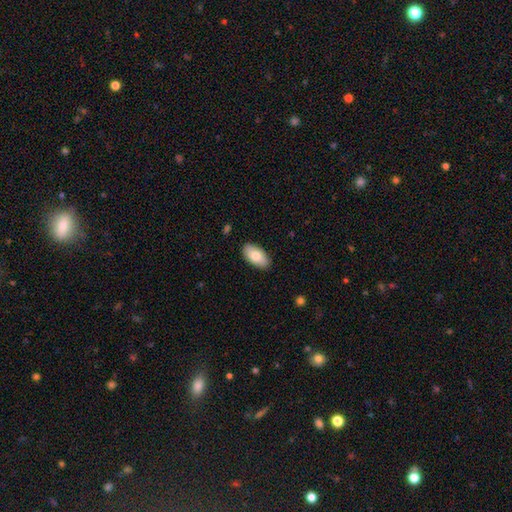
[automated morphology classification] The model was most divided on "smooth or featured": smooth: 79%, featured or disk: 15%, star or artifact: 6%. More confident: how rounded — in between (95%); merging — none (87%).